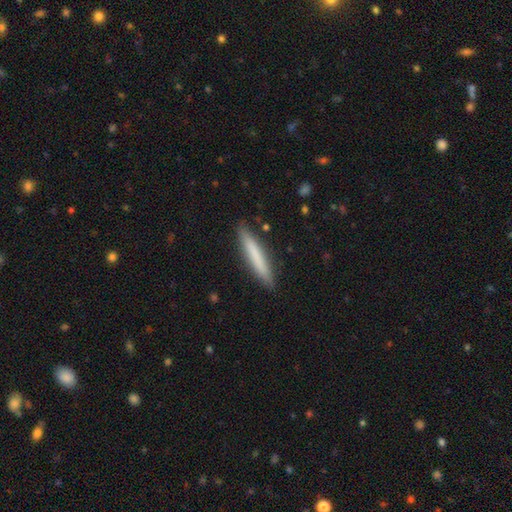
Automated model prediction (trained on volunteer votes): A smooth galaxy with no disk features (73%) that is cigar-shaped (94%). Merging: none (89%).